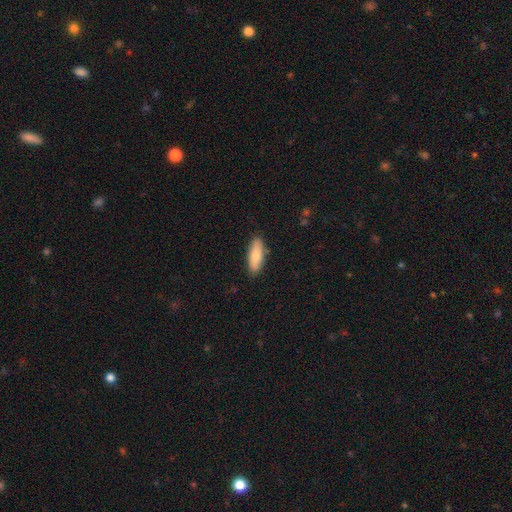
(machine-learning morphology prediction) smooth-or-featured: smooth: 81% | featured or disk: 13% | star or artifact: 6%
  how-rounded: in between: 64% | cigar-shaped: 34% | round: 2%
  merging: none: 86% | minor disturbance: 11% | major disturbance: 2% | merger: 1%